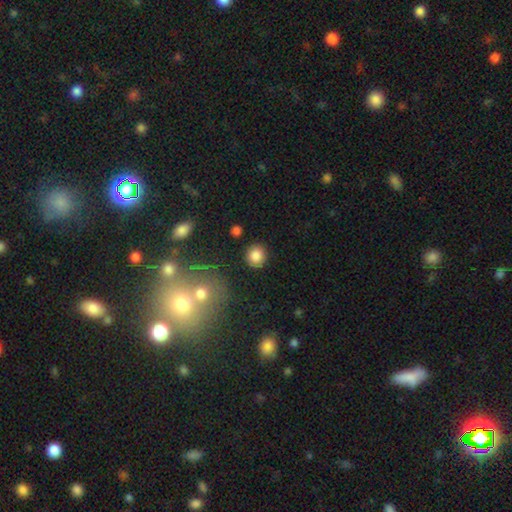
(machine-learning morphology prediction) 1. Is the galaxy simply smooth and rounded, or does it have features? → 83% smooth, 11% star or artifact, 6% featured or disk.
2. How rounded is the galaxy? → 88% round, 10% in between, 1% cigar-shaped.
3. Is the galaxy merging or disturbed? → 88% none, 7% minor disturbance, 2% major disturbance, 2% merger.